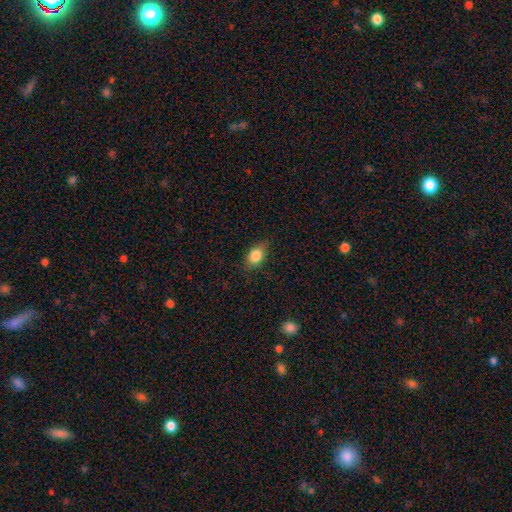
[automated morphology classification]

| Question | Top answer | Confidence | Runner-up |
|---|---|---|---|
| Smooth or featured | smooth | 82% | featured or disk (10%) |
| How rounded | in between | 78% | round (19%) |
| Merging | none | 78% | minor disturbance (18%) |